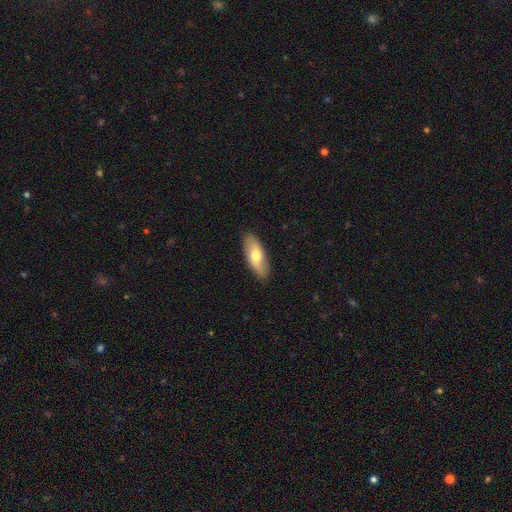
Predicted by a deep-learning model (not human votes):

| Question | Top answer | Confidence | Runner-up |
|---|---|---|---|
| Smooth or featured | smooth | 63% | featured or disk (32%) |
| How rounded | in between | 75% | cigar-shaped (23%) |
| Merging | none | 87% | minor disturbance (10%) |